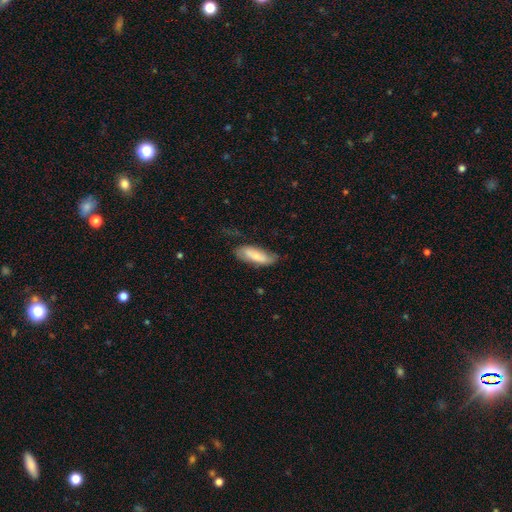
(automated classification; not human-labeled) smooth-or-featured: smooth: 66% | featured or disk: 28% | star or artifact: 6%
  how-rounded: in between: 69% | cigar-shaped: 29% | round: 2%
  merging: none: 59% | minor disturbance: 28% | major disturbance: 11% | merger: 2%